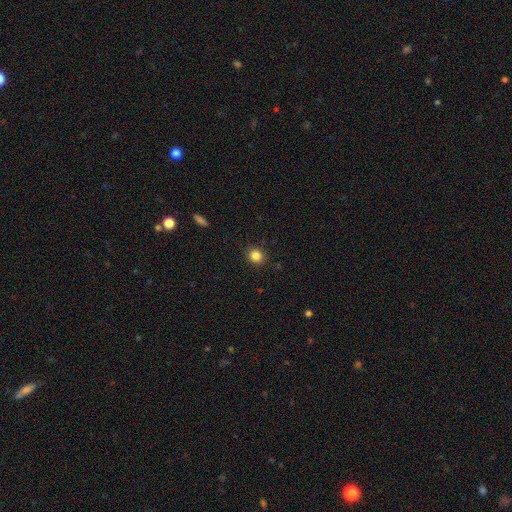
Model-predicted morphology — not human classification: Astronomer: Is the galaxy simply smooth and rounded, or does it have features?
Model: smooth — 84%.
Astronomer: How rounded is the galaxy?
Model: round — 81%.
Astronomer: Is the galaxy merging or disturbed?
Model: none — 90%.